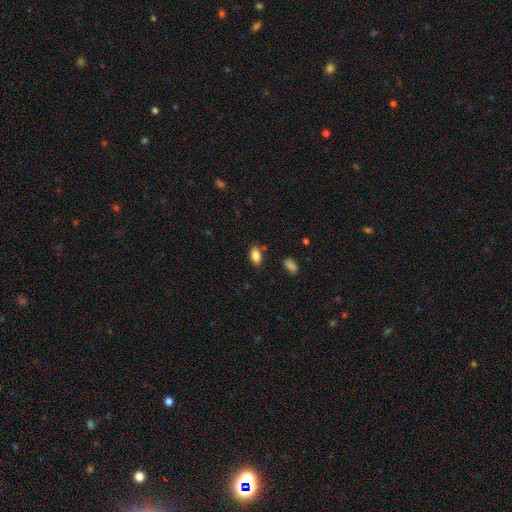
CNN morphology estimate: Smooth or featured: smooth — 84% (star or artifact — 8%)
How rounded: in between — 91% (round — 5%)
Merging: none — 83% (minor disturbance — 12%)